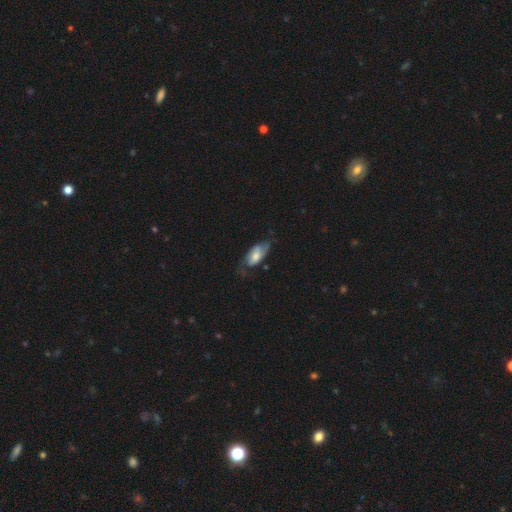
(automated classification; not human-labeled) Smooth or featured? Predicted: featured or disk (p=0.54). Edge-on disk? Predicted: no (p=0.88). Merging? Predicted: none (p=0.54).